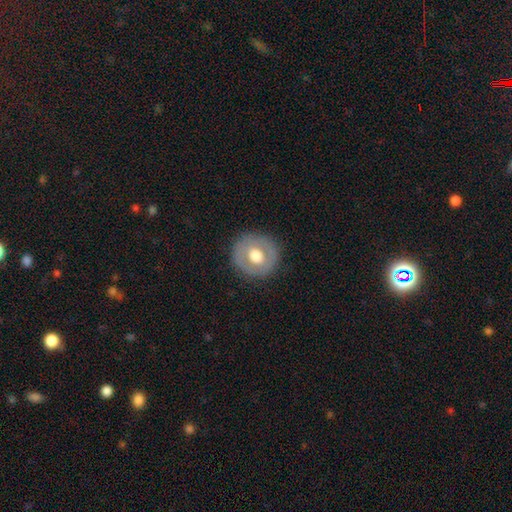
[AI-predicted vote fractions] This appears to be a smooth galaxy with no disk features (55%) that is round (92%). Merging: none (87%).